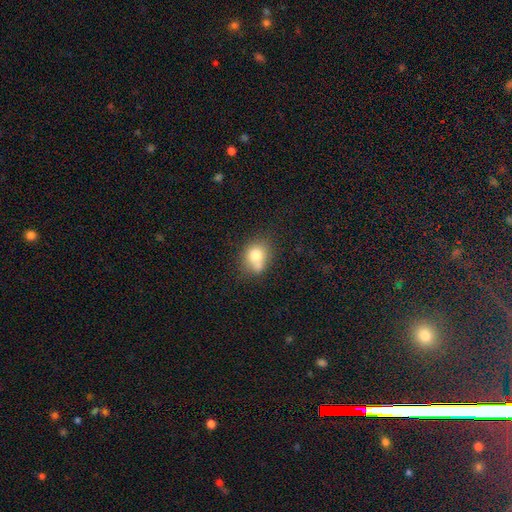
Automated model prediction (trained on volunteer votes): Smooth or featured?
  - smooth: 74% *
  - featured or disk: 15%
  - star or artifact: 11%
How rounded?
  - round: 59% *
  - in between: 40%
  - cigar-shaped: 1%
Merging?
  - none: 50% *
  - merger: 24%
  - minor disturbance: 20%
  - major disturbance: 6%